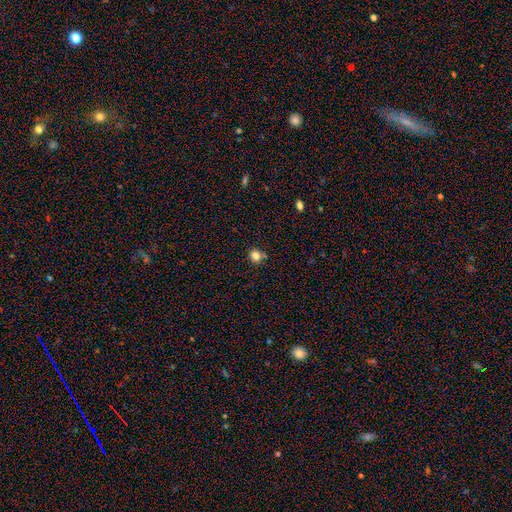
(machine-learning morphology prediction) Q: Smooth or featured?
A: smooth (80%); runner-up: star or artifact (14%)
Q: How rounded?
A: round (82%); runner-up: in between (17%)
Q: Merging?
A: none (76%); runner-up: minor disturbance (12%)